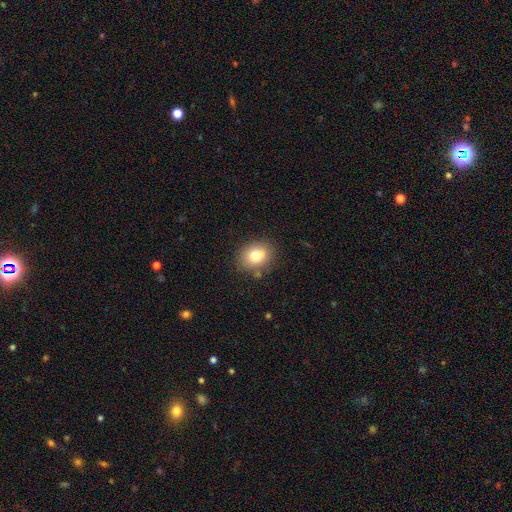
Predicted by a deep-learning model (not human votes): Smooth or featured?
  - smooth: 78% *
  - featured or disk: 12%
  - star or artifact: 10%
How rounded?
  - in between: 50% *
  - round: 49%
  - cigar-shaped: 1%
Merging?
  - none: 77% *
  - minor disturbance: 15%
  - merger: 4%
  - major disturbance: 4%